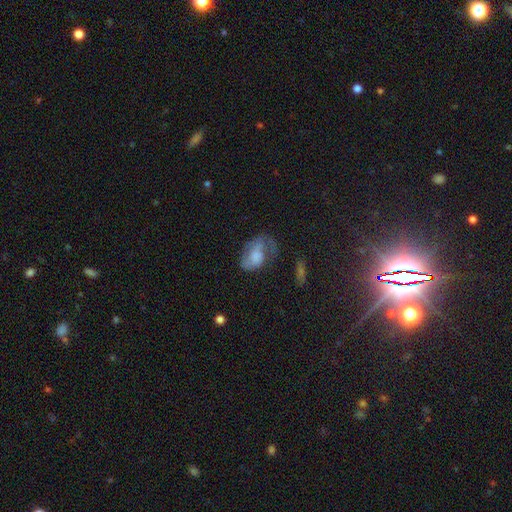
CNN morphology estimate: Q: Smooth or featured?
A: smooth (49%); runner-up: featured or disk (41%)
Q: Merging?
A: major disturbance (37%); runner-up: none (32%)